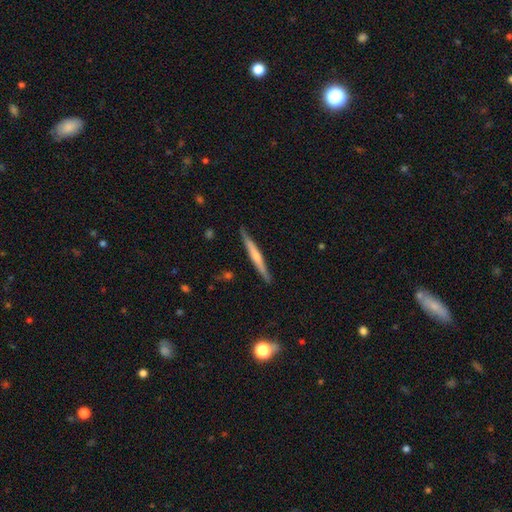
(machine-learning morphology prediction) featured or disk 54%, smooth 40%, star or artifact 6%. Down the decision tree: edge-on disk — yes (97%); edge-on bulge — rounded (48%); merging — none (88%).